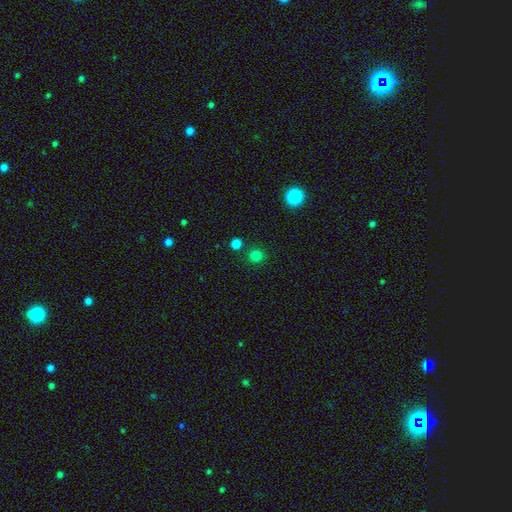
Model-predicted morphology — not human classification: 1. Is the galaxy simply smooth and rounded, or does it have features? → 80% smooth, 17% star or artifact, 4% featured or disk.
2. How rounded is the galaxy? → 91% round, 8% in between, 1% cigar-shaped.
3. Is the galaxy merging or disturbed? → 85% none, 7% merger, 6% minor disturbance, 2% major disturbance.